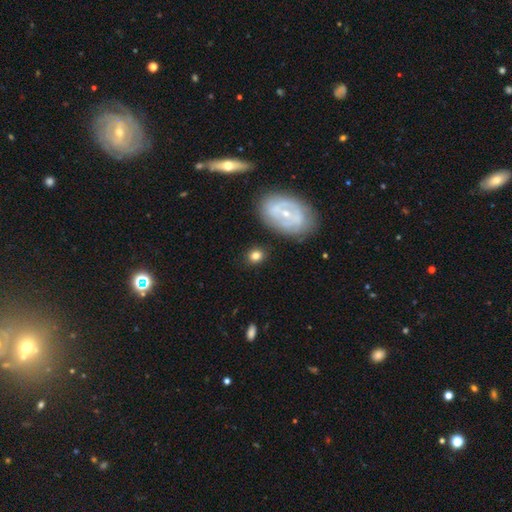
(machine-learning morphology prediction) Smooth or featured: smooth — 73% (featured or disk — 19%)
How rounded: round — 73% (in between — 26%)
Merging: none — 81% (minor disturbance — 11%)